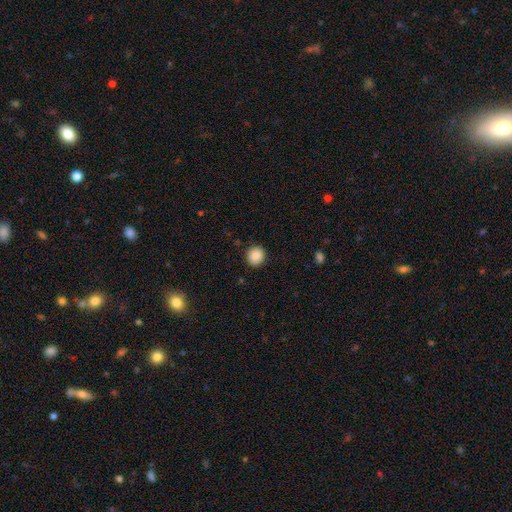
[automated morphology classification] smooth 89%, star or artifact 8%, featured or disk 3%. Down the decision tree: how rounded — round (87%); merging — none (90%).